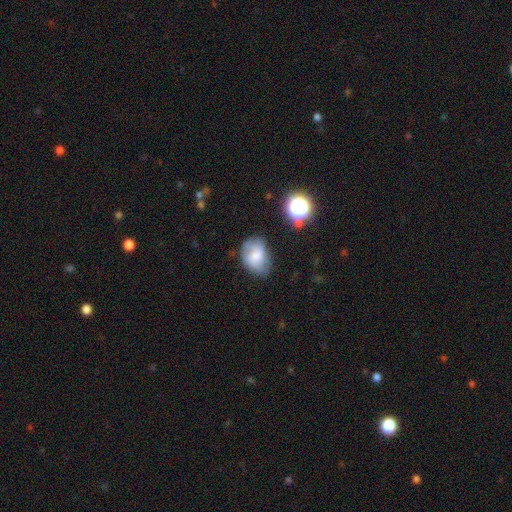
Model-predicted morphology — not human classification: type=smooth (70%); roundness=in between (77%); merging=none (54%).